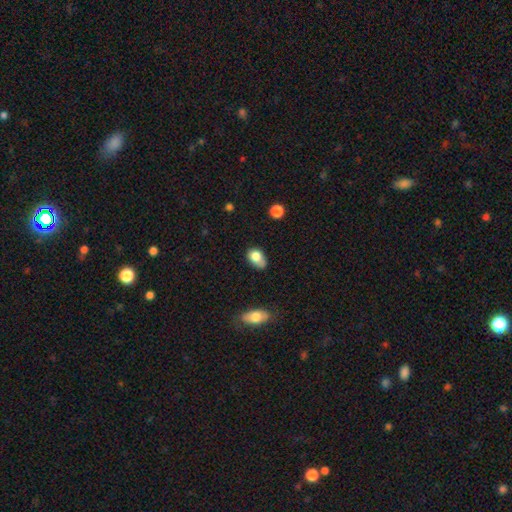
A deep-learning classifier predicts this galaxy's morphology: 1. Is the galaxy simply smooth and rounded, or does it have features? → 81% smooth, 11% featured or disk, 9% star or artifact.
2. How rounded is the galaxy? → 82% in between, 17% round, 2% cigar-shaped.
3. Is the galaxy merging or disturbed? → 48% none, 37% minor disturbance, 10% major disturbance, 5% merger.